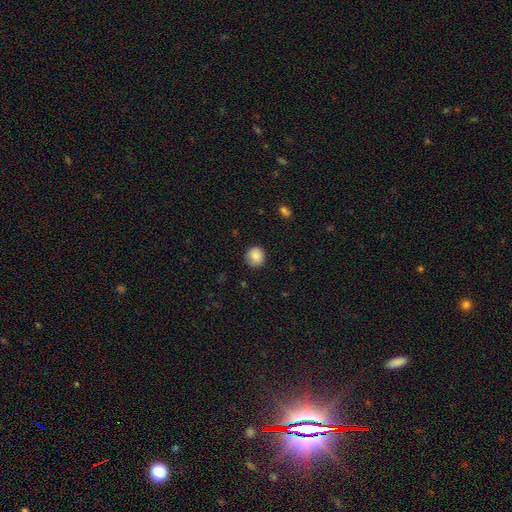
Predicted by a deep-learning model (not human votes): smooth 87%, star or artifact 8%, featured or disk 5%. Down the decision tree: how rounded — round (91%); merging — none (89%).